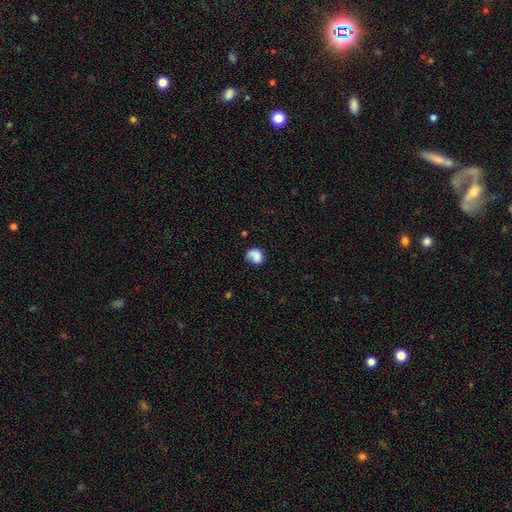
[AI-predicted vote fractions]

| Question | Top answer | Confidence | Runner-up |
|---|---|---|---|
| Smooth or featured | smooth | 69% | featured or disk (22%) |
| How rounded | round | 52% | in between (47%) |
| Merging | none | 45% | minor disturbance (27%) |